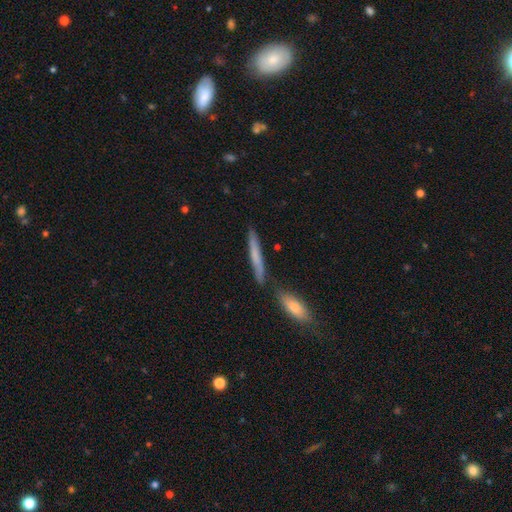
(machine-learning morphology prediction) smooth_or_featured: smooth (p=0.65) [alt: featured or disk p=0.29]
how_rounded: cigar-shaped (p=0.93) [alt: in between p=0.06]
merging: none (p=0.73) [alt: merger p=0.13]